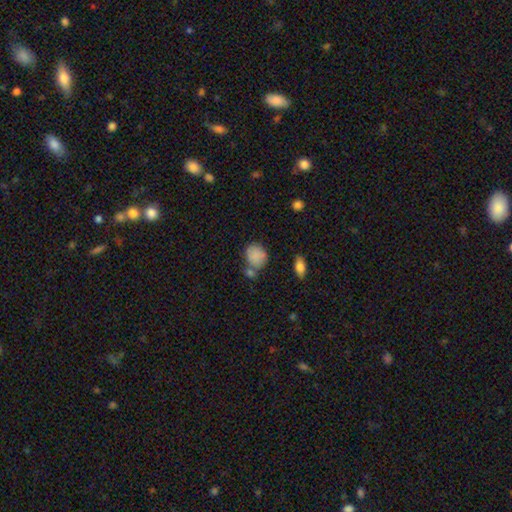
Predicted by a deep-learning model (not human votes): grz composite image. It shows a smooth galaxy with no disk features (84%) that is round (52%). Merging: none (52%).